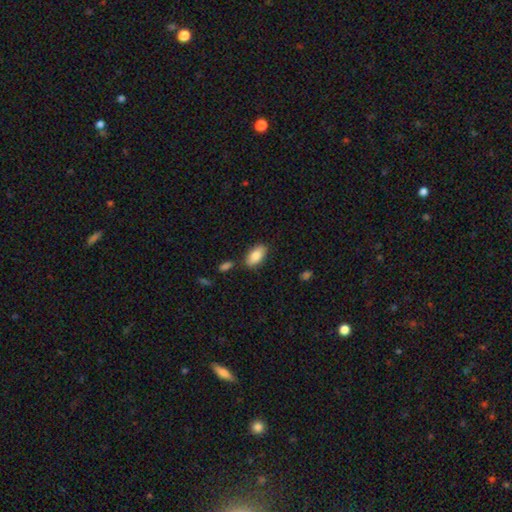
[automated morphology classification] Q: Smooth or featured?
A: smooth (83%); runner-up: featured or disk (11%)
Q: How rounded?
A: in between (92%); runner-up: cigar-shaped (4%)
Q: Merging?
A: none (81%); runner-up: minor disturbance (12%)